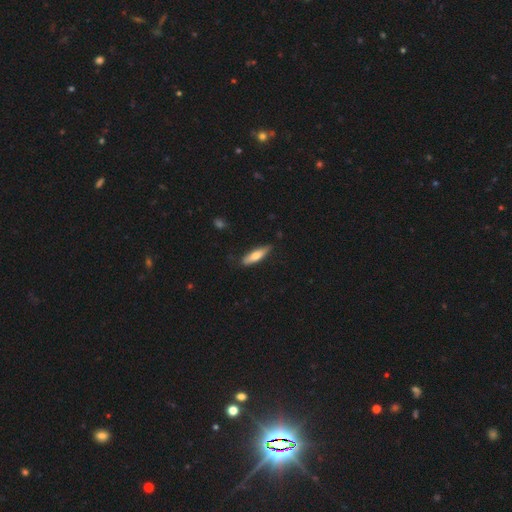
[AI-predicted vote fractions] smooth_or_featured: smooth (p=0.65) [alt: featured or disk p=0.30]
how_rounded: cigar-shaped (p=0.63) [alt: in between p=0.36]
merging: none (p=0.82) [alt: minor disturbance p=0.15]